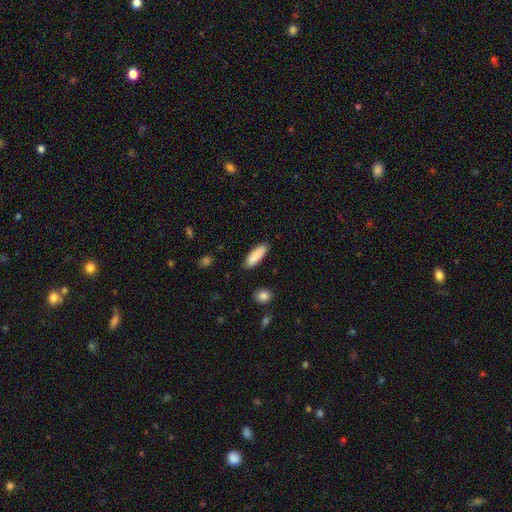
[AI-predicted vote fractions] smooth-or-featured: smooth: 88% | featured or disk: 6% | star or artifact: 6%
  how-rounded: in between: 54% | cigar-shaped: 44% | round: 2%
  merging: none: 88% | minor disturbance: 9% | major disturbance: 2% | merger: 1%